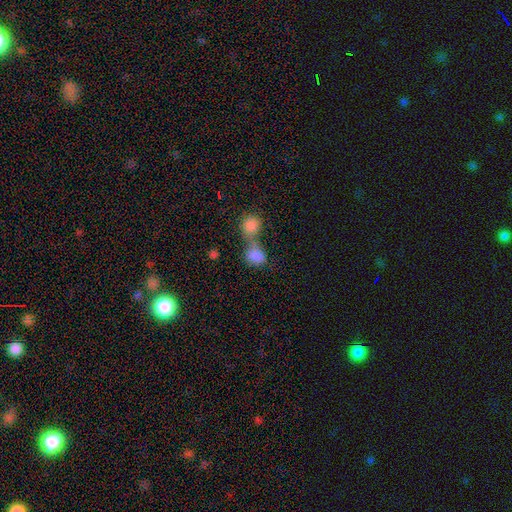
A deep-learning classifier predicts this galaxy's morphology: type=smooth (82%); roundness=in between (66%); merging=merger (66%).